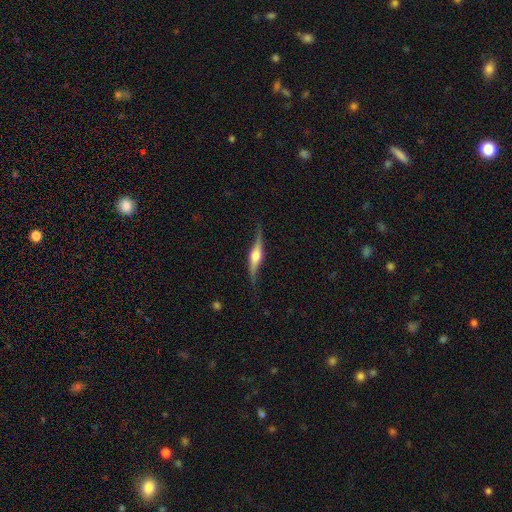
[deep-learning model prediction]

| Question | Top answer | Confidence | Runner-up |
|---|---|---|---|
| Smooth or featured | featured or disk | 74% | smooth (20%) |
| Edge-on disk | yes | 93% | no (7%) |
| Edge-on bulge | rounded | 90% | boxy (7%) |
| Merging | none | 76% | minor disturbance (18%) |